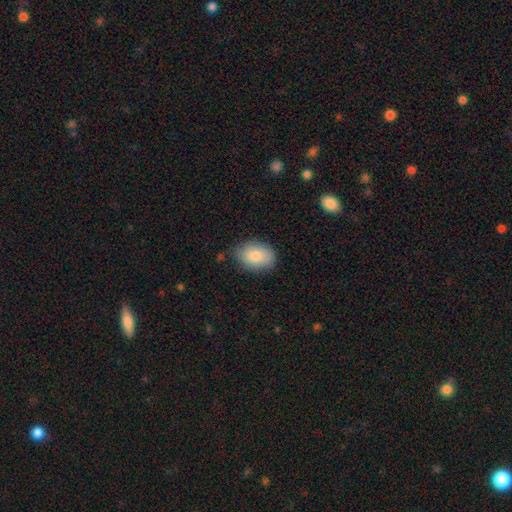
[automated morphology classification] Smooth or featured?
  - smooth: 84% *
  - featured or disk: 9%
  - star or artifact: 7%
How rounded?
  - in between: 79% *
  - round: 20%
  - cigar-shaped: 1%
Merging?
  - none: 76% *
  - minor disturbance: 18%
  - major disturbance: 4%
  - merger: 2%